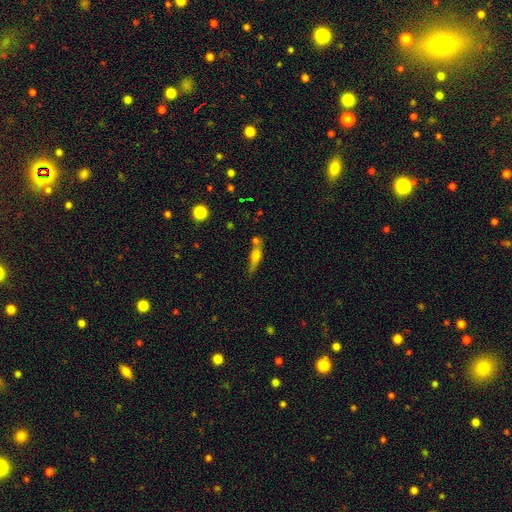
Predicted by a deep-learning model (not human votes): smooth-or-featured: smooth: 56% | featured or disk: 35% | star or artifact: 9%
  how-rounded: cigar-shaped: 57% | in between: 37% | round: 6%
  merging: none: 51% | merger: 21% | minor disturbance: 20% | major disturbance: 7%